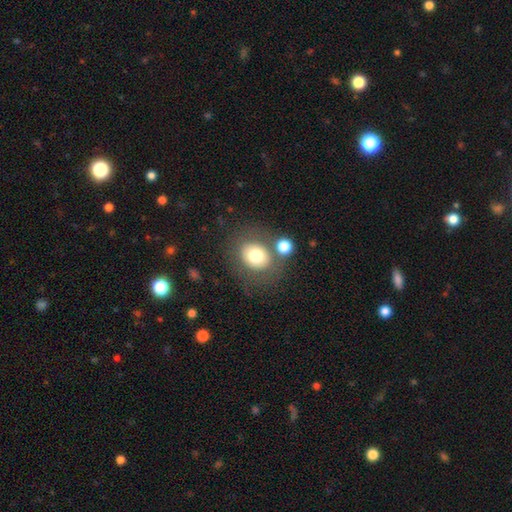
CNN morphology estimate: Smooth or featured: smooth — 73% (featured or disk — 17%)
How rounded: round — 64% (in between — 35%)
Merging: none — 65% (merger — 16%)